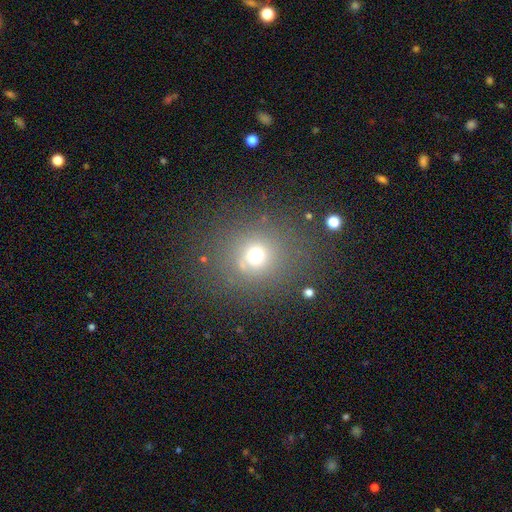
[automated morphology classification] smooth 66%, star or artifact 22%, featured or disk 12%. Down the decision tree: how rounded — round (84%); merging — none (76%).